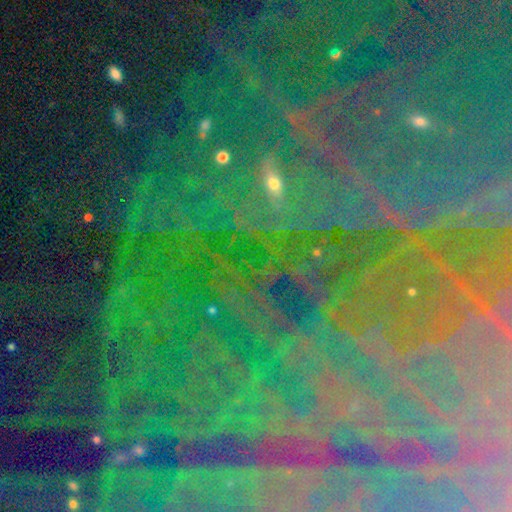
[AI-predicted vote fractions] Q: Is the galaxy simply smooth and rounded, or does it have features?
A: star or artifact — 84%.